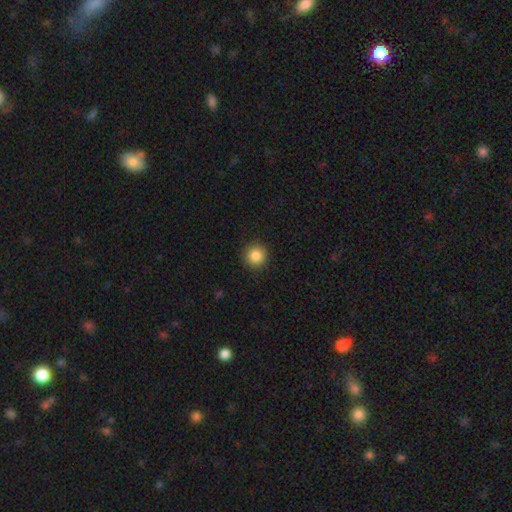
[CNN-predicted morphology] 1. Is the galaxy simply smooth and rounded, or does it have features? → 86% smooth, 9% star or artifact, 4% featured or disk.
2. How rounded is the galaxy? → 94% round, 5% in between, 1% cigar-shaped.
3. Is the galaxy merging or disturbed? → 91% none, 6% minor disturbance, 2% major disturbance, 1% merger.